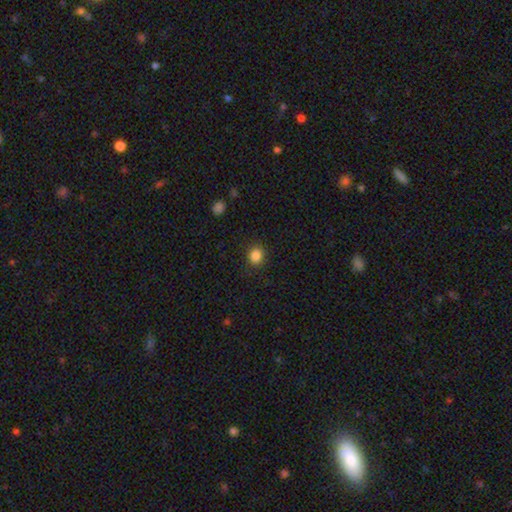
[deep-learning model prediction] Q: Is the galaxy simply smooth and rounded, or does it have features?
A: smooth — 86%.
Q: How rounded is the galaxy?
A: round — 74%.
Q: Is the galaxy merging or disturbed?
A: none — 89%.